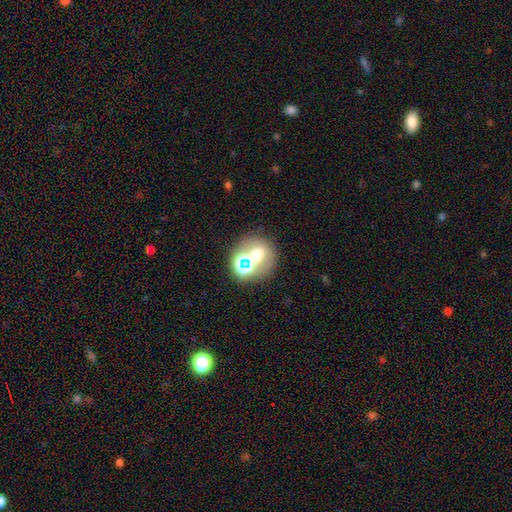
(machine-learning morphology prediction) smooth-or-featured: smooth: 53% | star or artifact: 25% | featured or disk: 22%
  how-rounded: round: 74% | in between: 25% | cigar-shaped: 1%
  merging: none: 52% | merger: 32% | minor disturbance: 10% | major disturbance: 6%